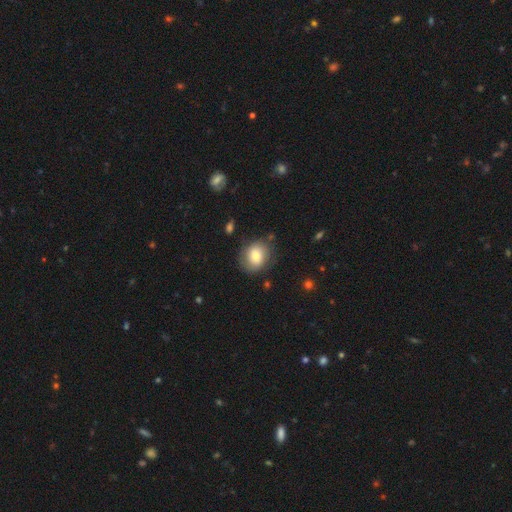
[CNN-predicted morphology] A smooth galaxy with no disk features (72%) that is round (62%). Merging: none (74%).